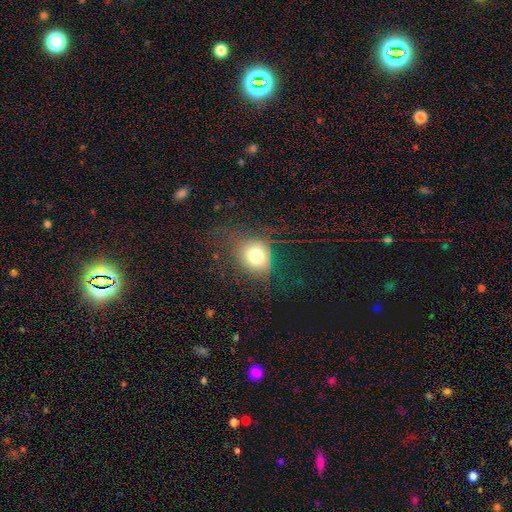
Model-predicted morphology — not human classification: type=smooth (70%); roundness=round (64%); merging=none (58%).